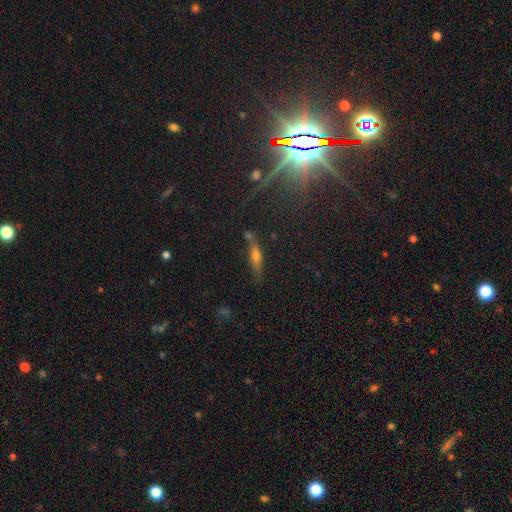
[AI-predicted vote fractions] A featured or disk galaxy (43%).

Vote fractions:
- Smooth or featured? featured or disk: 43% / smooth: 32% / star or artifact: 25%
- Merging? none: 71% / minor disturbance: 17% / major disturbance: 7% / merger: 5%